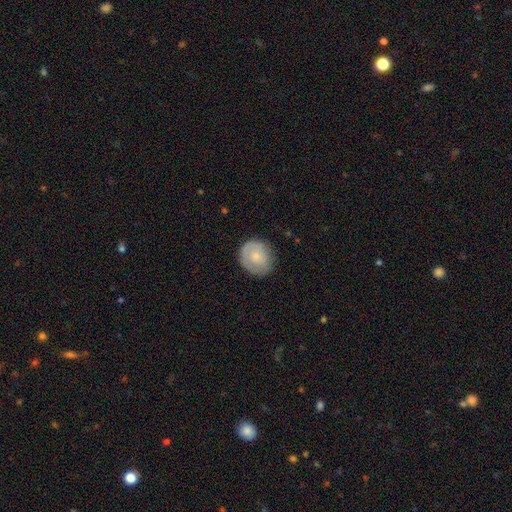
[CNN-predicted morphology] smooth-or-featured: smooth: 65% | featured or disk: 29% | star or artifact: 7%
  how-rounded: round: 82% | in between: 17% | cigar-shaped: 1%
  merging: none: 76% | minor disturbance: 18% | major disturbance: 5% | merger: 1%